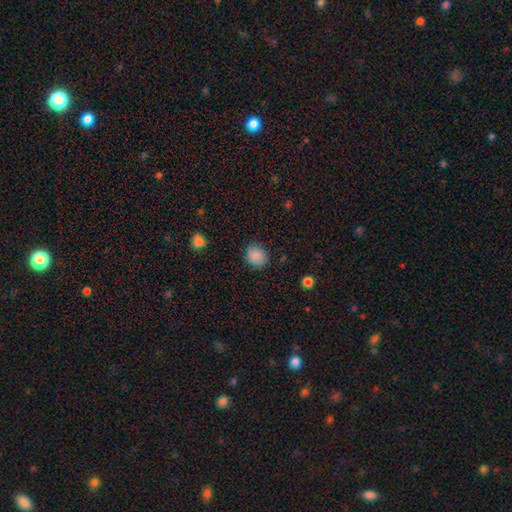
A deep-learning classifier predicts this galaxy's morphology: This is clearly a smooth galaxy (87%). How rounded: likely round (70%). Merging: clearly none (84%).